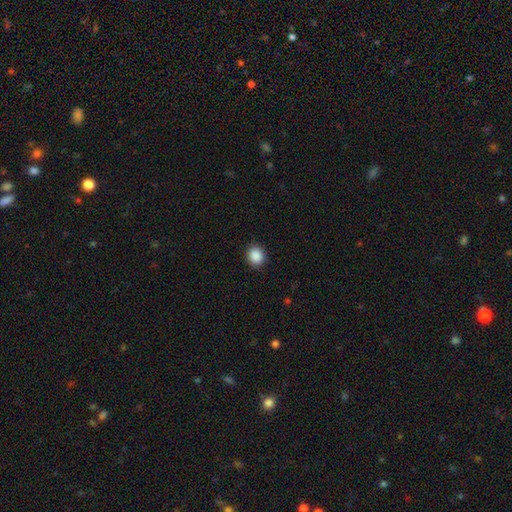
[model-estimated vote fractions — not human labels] This is clearly a smooth galaxy (89%). How rounded: clearly round (80%). Merging: clearly none (90%).